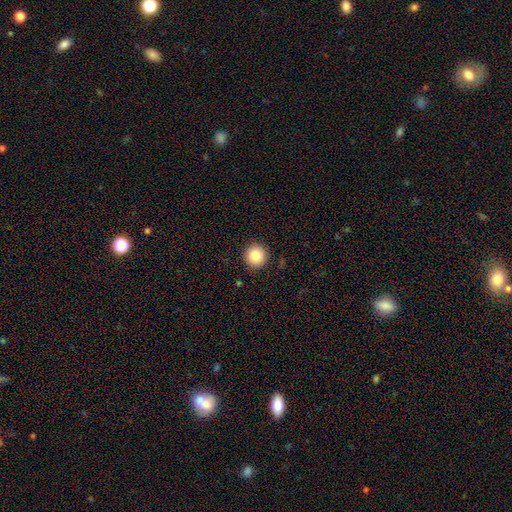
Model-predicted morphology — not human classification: type=smooth (86%); roundness=round (94%); merging=none (91%).